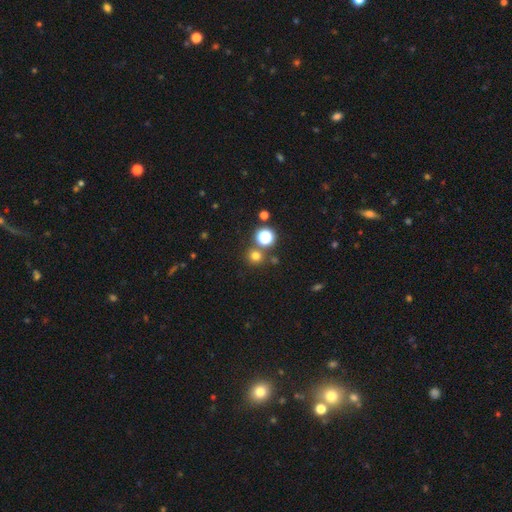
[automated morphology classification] A smooth galaxy with no disk features (71%) that is round (92%).

Vote fractions:
- Smooth or featured? smooth: 71% / star or artifact: 23% / featured or disk: 6%
- How rounded? round: 92% / in between: 7% / cigar-shaped: 1%
- Merging? none: 78% / merger: 13% / minor disturbance: 7% / major disturbance: 3%